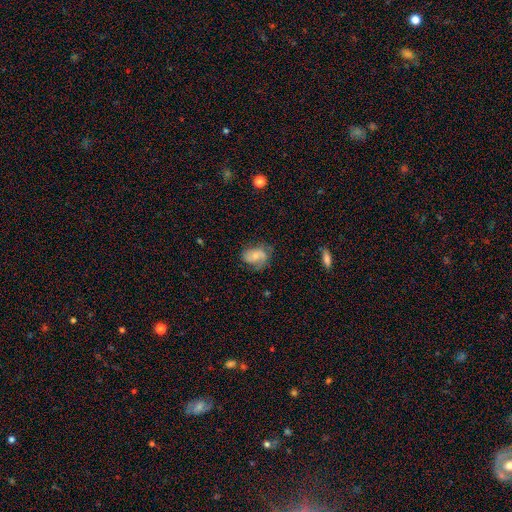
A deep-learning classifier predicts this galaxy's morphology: Smooth or featured: featured or disk — 51% (smooth — 40%)
Edge-on disk: no — 97% (yes — 3%)
Merging: none — 55% (minor disturbance — 27%)